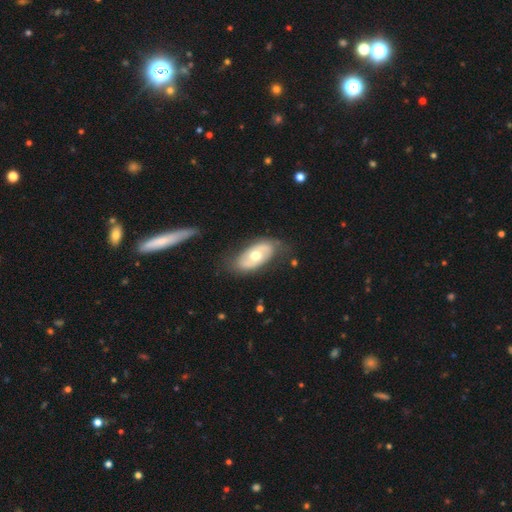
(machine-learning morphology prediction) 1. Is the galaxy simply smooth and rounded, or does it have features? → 57% featured or disk, 38% smooth, 5% star or artifact.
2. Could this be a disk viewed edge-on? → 90% no, 10% yes.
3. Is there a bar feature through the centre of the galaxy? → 81% no, 14% weak, 5% strong.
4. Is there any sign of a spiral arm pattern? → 57% no, 43% yes.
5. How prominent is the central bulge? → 77% moderate, 11% large, 10% small, 1% dominant, 1% none.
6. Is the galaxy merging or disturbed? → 72% none, 19% minor disturbance, 7% major disturbance, 2% merger.